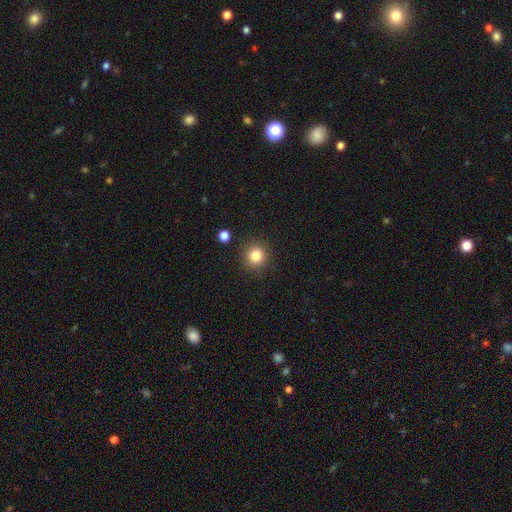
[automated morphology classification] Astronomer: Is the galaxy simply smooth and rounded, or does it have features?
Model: smooth — 83%.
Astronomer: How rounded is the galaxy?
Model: round — 93%.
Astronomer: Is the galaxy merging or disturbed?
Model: none — 88%.